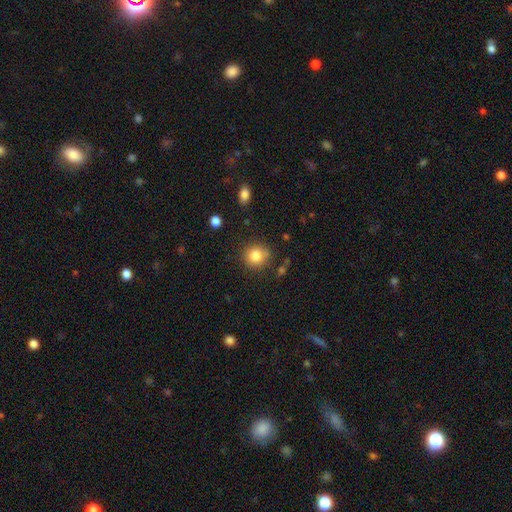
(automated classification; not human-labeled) Overall: smooth (82%). How rounded: round (87%). Merging: none (82%).